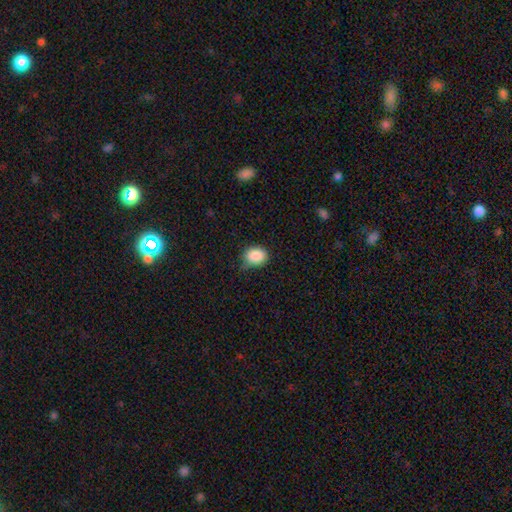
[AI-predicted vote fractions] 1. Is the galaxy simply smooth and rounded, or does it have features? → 87% smooth, 9% star or artifact, 4% featured or disk.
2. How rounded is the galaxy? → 54% in between, 45% round, 1% cigar-shaped.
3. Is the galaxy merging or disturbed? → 64% none, 29% minor disturbance, 5% major disturbance, 2% merger.